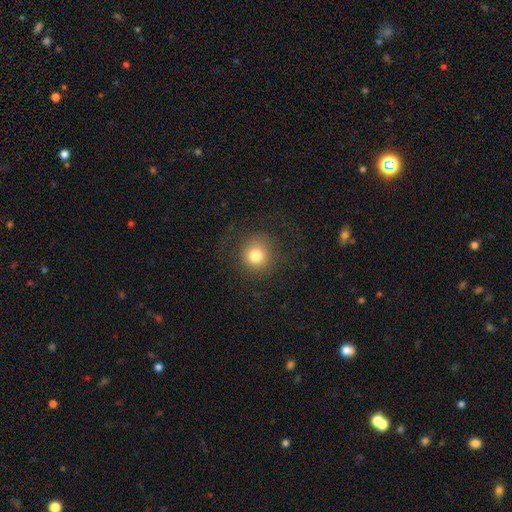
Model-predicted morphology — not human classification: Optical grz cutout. It shows a smooth galaxy with no disk features (78%) that is round (92%). Merging: none (80%).